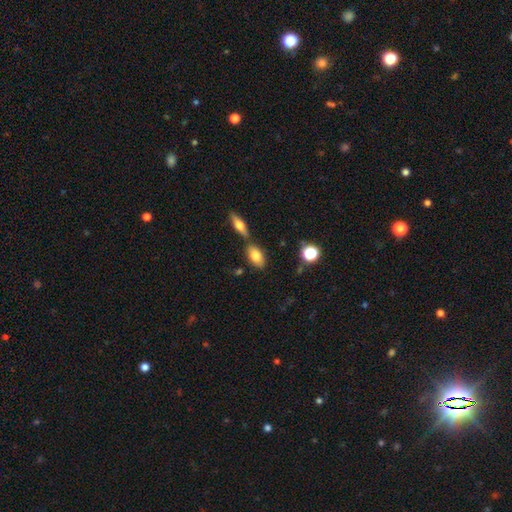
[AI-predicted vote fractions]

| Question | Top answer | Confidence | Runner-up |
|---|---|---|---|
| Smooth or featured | smooth | 77% | featured or disk (15%) |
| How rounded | in between | 90% | round (6%) |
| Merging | none | 66% | merger (18%) |